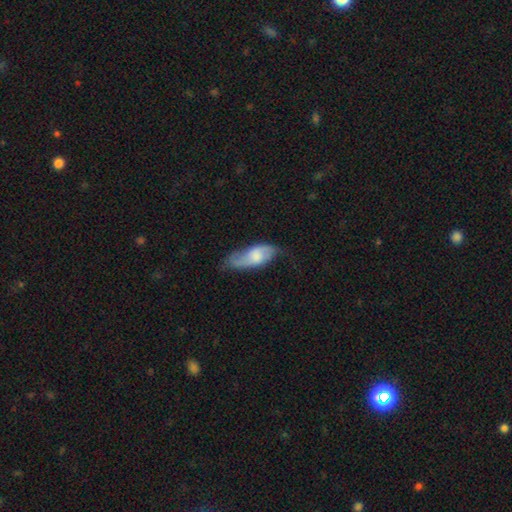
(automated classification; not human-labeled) This appears to be a smooth galaxy with no disk features (48%). Merging: none (55%).